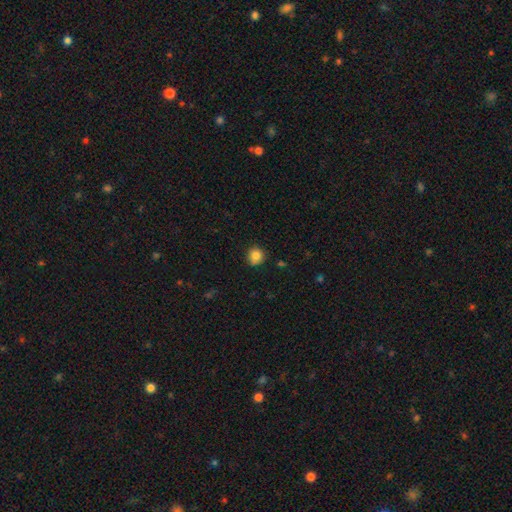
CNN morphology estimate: This appears to be a smooth galaxy with no disk features (84%) that is round (91%). Merging: none (79%).